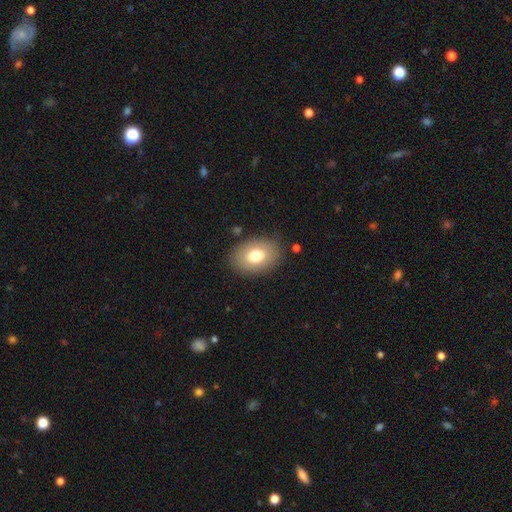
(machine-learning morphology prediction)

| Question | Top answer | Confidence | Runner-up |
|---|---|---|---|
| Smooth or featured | smooth | 75% | featured or disk (17%) |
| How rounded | in between | 80% | round (19%) |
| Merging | none | 85% | minor disturbance (10%) |